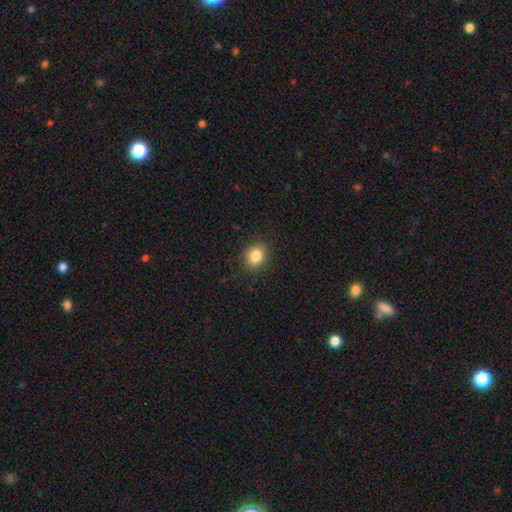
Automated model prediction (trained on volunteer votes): Smooth or featured: smooth — 84% (star or artifact — 11%)
How rounded: round — 60% (in between — 39%)
Merging: none — 88% (minor disturbance — 9%)